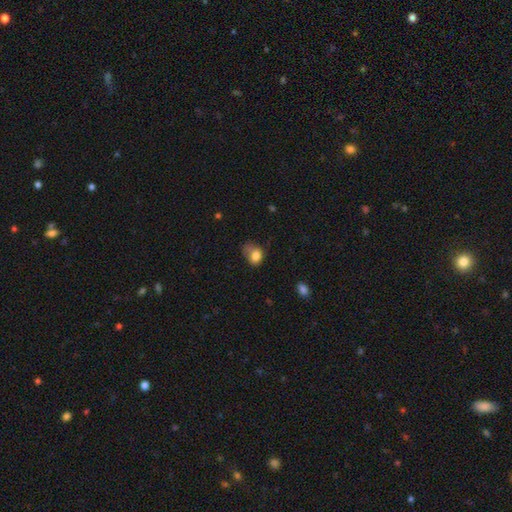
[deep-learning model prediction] Smooth or featured: smooth — 78% (featured or disk — 12%)
How rounded: in between — 58% (round — 40%)
Merging: minor disturbance — 38% (none — 30%)